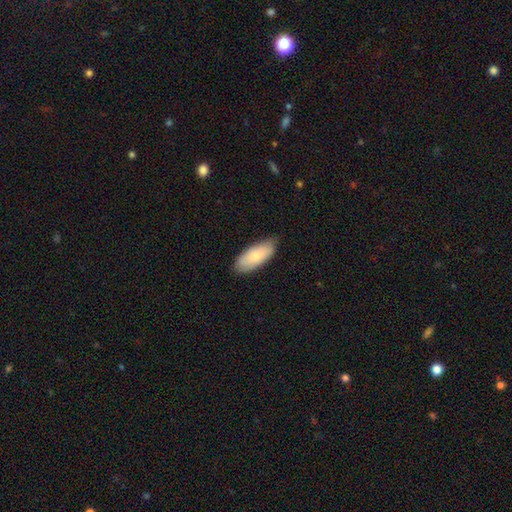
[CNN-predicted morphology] This is likely a smooth galaxy (77%). How rounded: clearly in between (85%). Merging: likely none (76%).